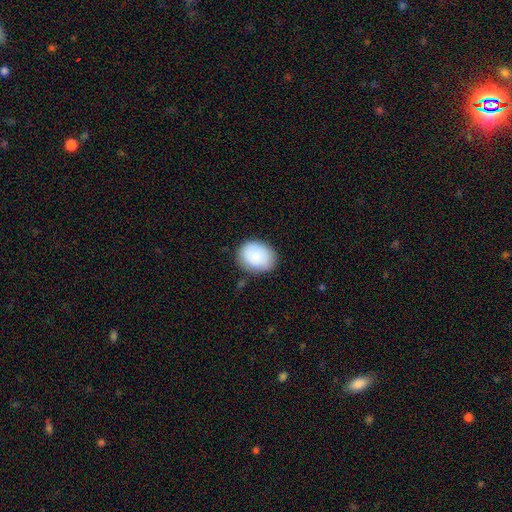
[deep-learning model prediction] Smooth or featured?
  - smooth: 87% *
  - star or artifact: 7%
  - featured or disk: 6%
How rounded?
  - in between: 53% *
  - round: 46%
  - cigar-shaped: 1%
Merging?
  - none: 79% *
  - minor disturbance: 15%
  - major disturbance: 4%
  - merger: 2%